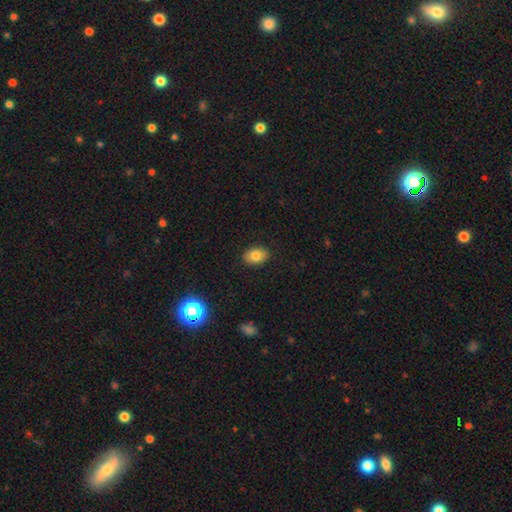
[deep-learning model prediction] Smooth or featured? smooth (82%)
How rounded? in between (79%)
Merging? none (89%)